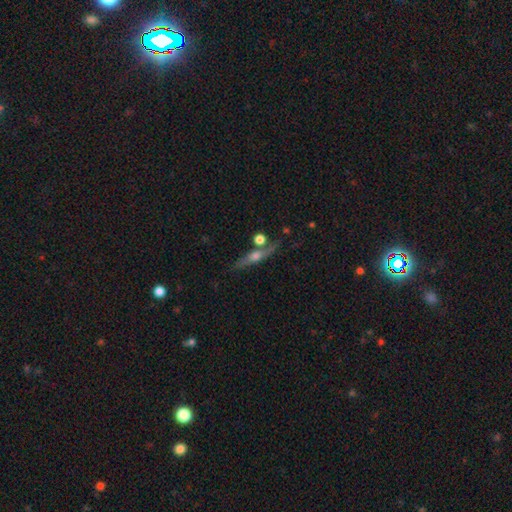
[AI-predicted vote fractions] Smooth or featured?
  - featured or disk: 69% *
  - smooth: 21%
  - star or artifact: 10%
Edge-on disk?
  - yes: 91% *
  - no: 9%
Edge-on bulge?
  - rounded: 89% *
  - none: 6%
  - boxy: 5%
Merging?
  - none: 71% *
  - minor disturbance: 13%
  - merger: 11%
  - major disturbance: 5%